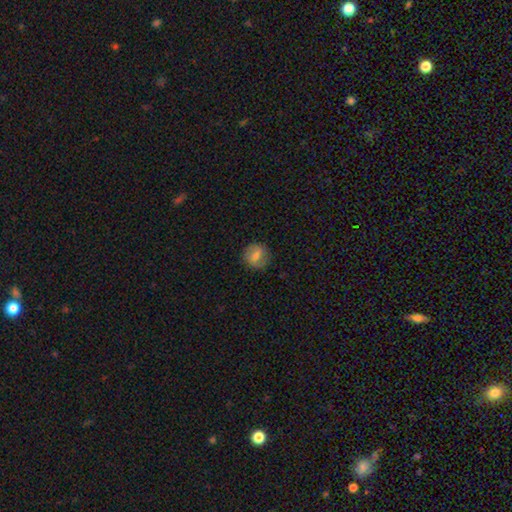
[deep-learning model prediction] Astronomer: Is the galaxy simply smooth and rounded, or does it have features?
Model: smooth — 65%.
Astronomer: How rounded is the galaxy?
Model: round — 87%.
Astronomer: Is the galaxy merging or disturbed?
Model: none — 87%.